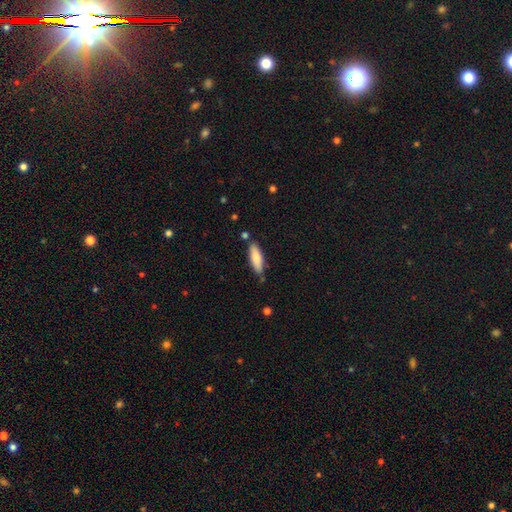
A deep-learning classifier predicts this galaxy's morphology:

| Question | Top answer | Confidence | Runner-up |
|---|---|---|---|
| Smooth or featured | smooth | 82% | featured or disk (13%) |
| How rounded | cigar-shaped | 52% | in between (47%) |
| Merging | none | 77% | minor disturbance (16%) |